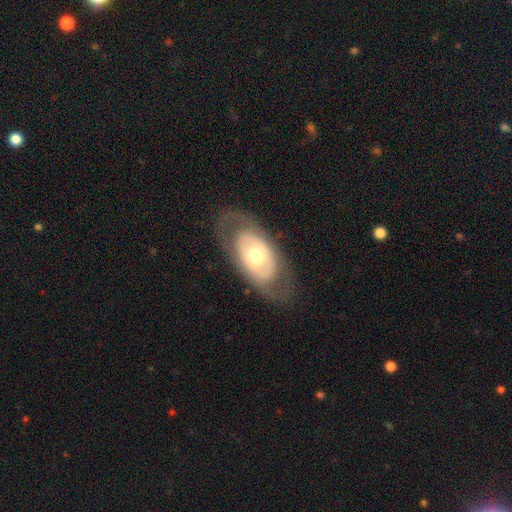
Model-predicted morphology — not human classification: featured or disk 59%, smooth 36%, star or artifact 6%. Down the decision tree: edge-on disk — no (88%); bar — no (84%); spiral arms — no (77%); bulge size — moderate (64%); merging — none (75%).